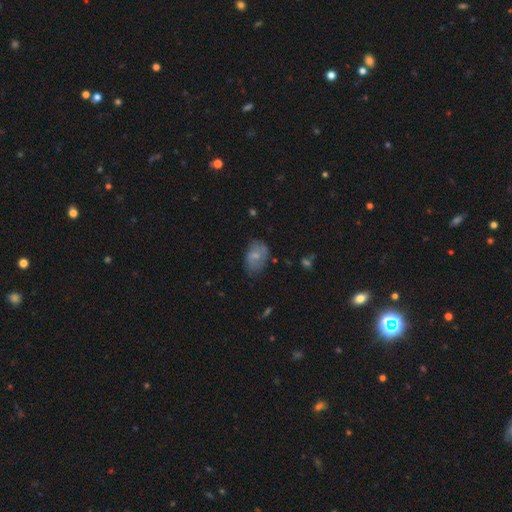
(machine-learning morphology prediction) A smooth galaxy with no disk features (65%) that is in between round and cigar-shaped (86%).

Vote fractions:
- Smooth or featured? smooth: 65% / featured or disk: 27% / star or artifact: 8%
- How rounded? in between: 86% / round: 12% / cigar-shaped: 1%
- Merging? none: 66% / minor disturbance: 25% / major disturbance: 7% / merger: 2%